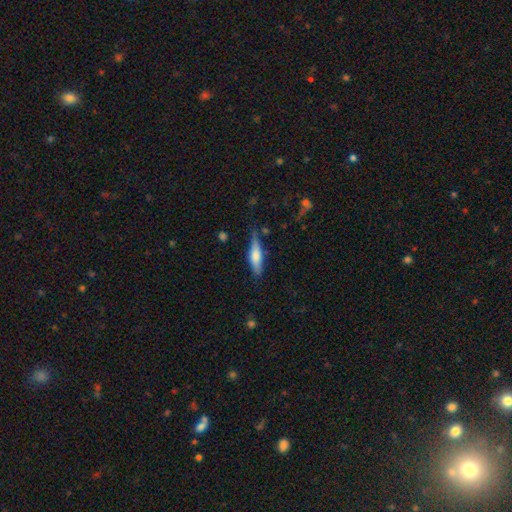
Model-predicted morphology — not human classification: type=smooth (61%); roundness=cigar-shaped (64%); merging=none (73%).